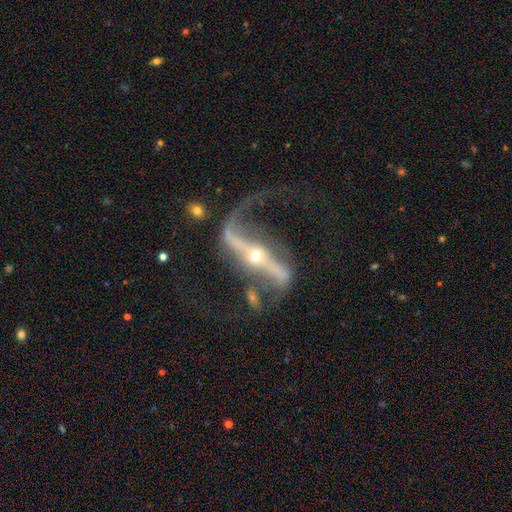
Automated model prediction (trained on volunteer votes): smooth-or-featured: featured or disk: 90% | star or artifact: 6% | smooth: 4%
  disk-edge-on: no: 83% | yes: 17%
    bar: strong: 73% | no: 14% | weak: 13%
    has-spiral-arms: yes: 94% | no: 6%
      spiral-winding: loose: 73% | medium: 21% | tight: 6%
      spiral-arm-count: 2: 87% | 1: 9% | can't tell: 2% | 3: 1% | 4: 1% | more than 4: 1%
    bulge-size: small: 65% | moderate: 31% | large: 2% | dominant: 1% | none: 1%
  merging: none: 53% | major disturbance: 25% | minor disturbance: 17% | merger: 5%